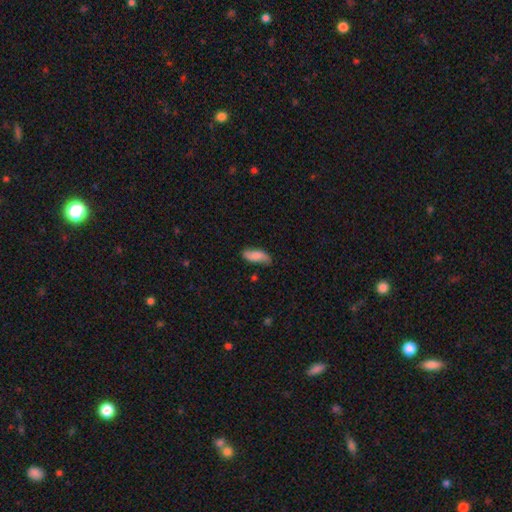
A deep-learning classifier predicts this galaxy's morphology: smooth-or-featured: smooth: 78% | featured or disk: 15% | star or artifact: 7%
  how-rounded: in between: 76% | cigar-shaped: 22% | round: 2%
  merging: none: 70% | minor disturbance: 24% | major disturbance: 5% | merger: 2%